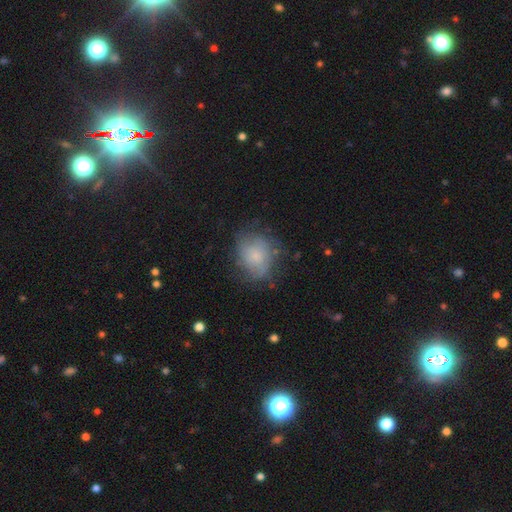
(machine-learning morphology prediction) Smooth or featured?
  - smooth: 62% *
  - featured or disk: 29%
  - star or artifact: 10%
How rounded?
  - round: 58% *
  - in between: 41%
  - cigar-shaped: 1%
Merging?
  - none: 59% *
  - minor disturbance: 26%
  - major disturbance: 13%
  - merger: 2%